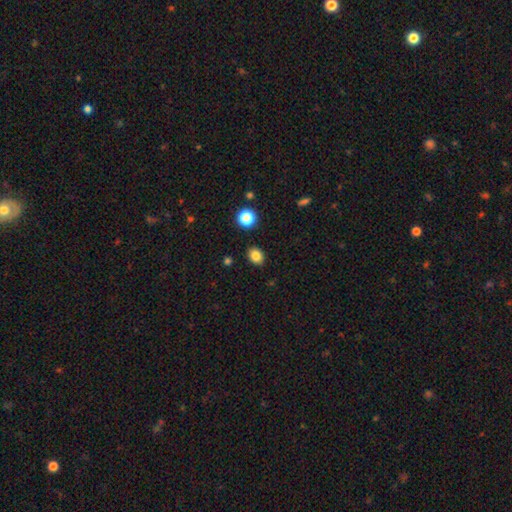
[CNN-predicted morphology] type=smooth (83%); roundness=in between (53%); merging=none (87%).